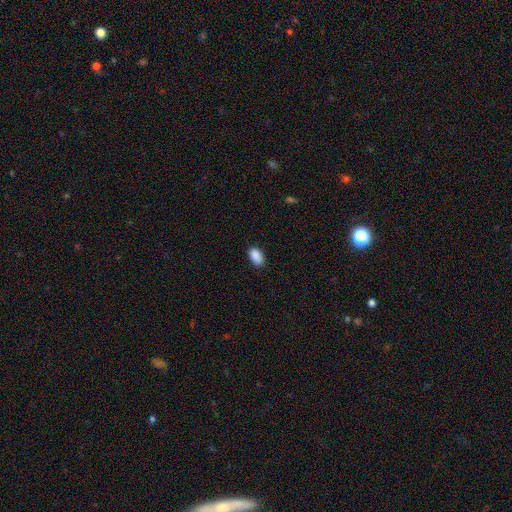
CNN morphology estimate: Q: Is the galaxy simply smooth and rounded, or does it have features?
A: smooth — 90%.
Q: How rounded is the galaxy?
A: in between — 93%.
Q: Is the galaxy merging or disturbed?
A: none — 84%.